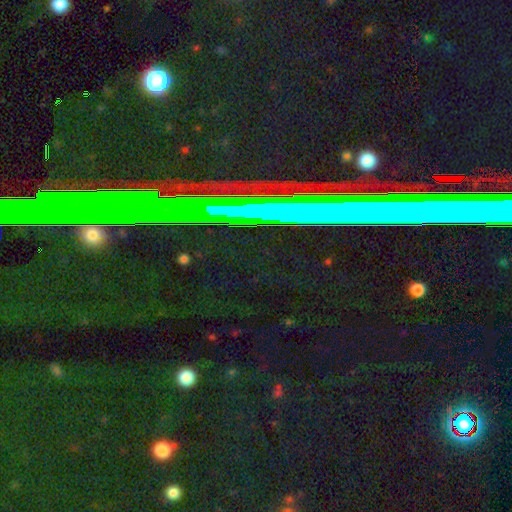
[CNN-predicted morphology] Smooth or featured? Predicted: star or artifact (p=0.78).